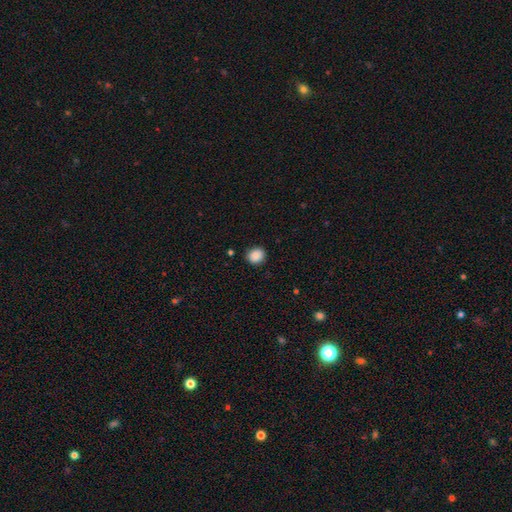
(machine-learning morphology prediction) type=smooth (88%); roundness=round (74%); merging=none (87%).